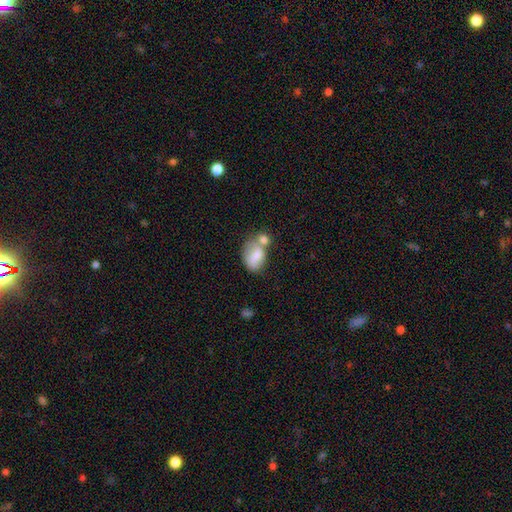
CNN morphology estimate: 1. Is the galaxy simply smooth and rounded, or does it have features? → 74% smooth, 19% featured or disk, 8% star or artifact.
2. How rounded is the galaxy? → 81% in between, 17% round, 2% cigar-shaped.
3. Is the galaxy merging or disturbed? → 45% merger, 30% none, 16% minor disturbance, 8% major disturbance.